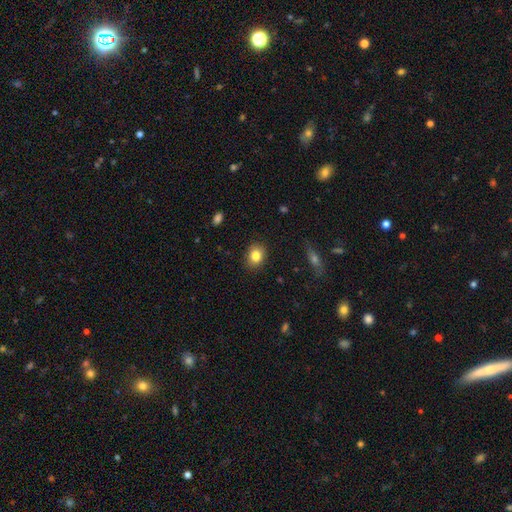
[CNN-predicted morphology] Smooth or featured: smooth — 83% (star or artifact — 9%)
How rounded: in between — 50% (round — 49%)
Merging: none — 87% (minor disturbance — 9%)